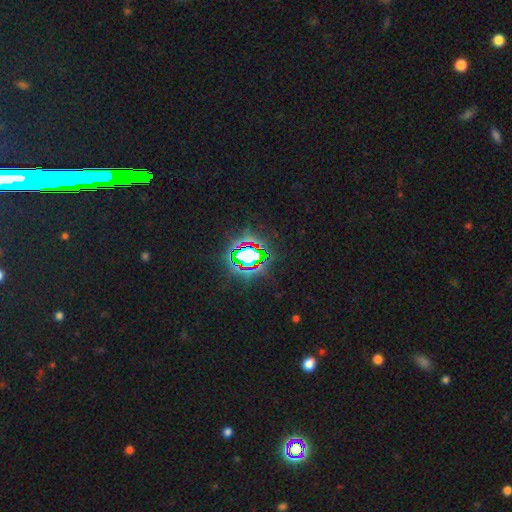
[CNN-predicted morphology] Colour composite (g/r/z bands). It shows a star or artifact, not a galaxy (77%).